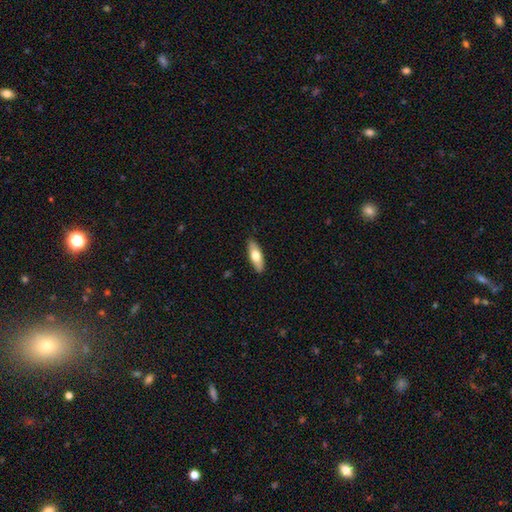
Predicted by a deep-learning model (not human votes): smooth_or_featured: smooth (p=0.67) [alt: featured or disk p=0.28]
how_rounded: in between (p=0.63) [alt: cigar-shaped p=0.34]
merging: none (p=0.88) [alt: minor disturbance p=0.09]